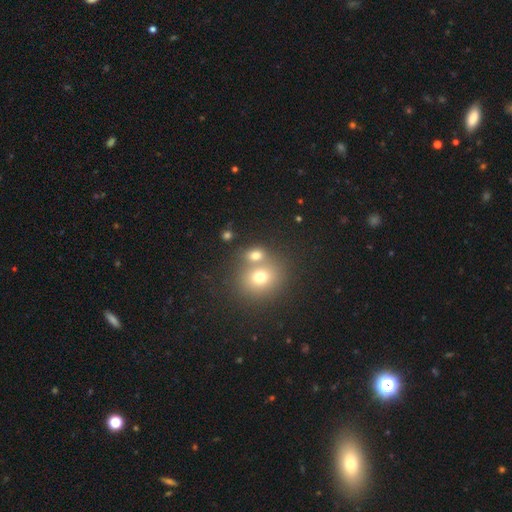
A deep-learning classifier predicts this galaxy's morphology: A smooth galaxy with no disk features (72%) that is round (63%). Merging: merger (45%).